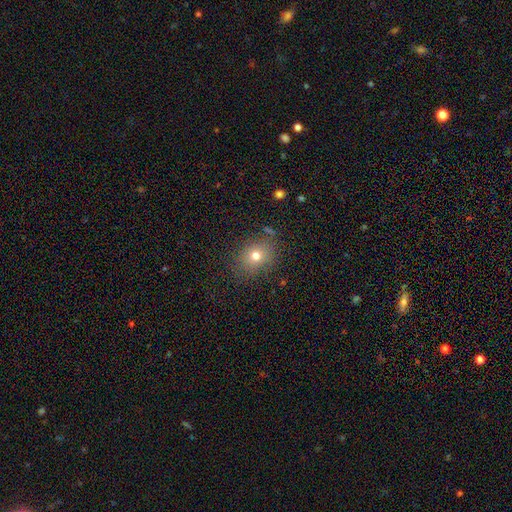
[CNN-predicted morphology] Smooth or featured? Predicted: smooth (p=0.73). How rounded? Predicted: round (p=0.54). Merging? Predicted: none (p=0.81).